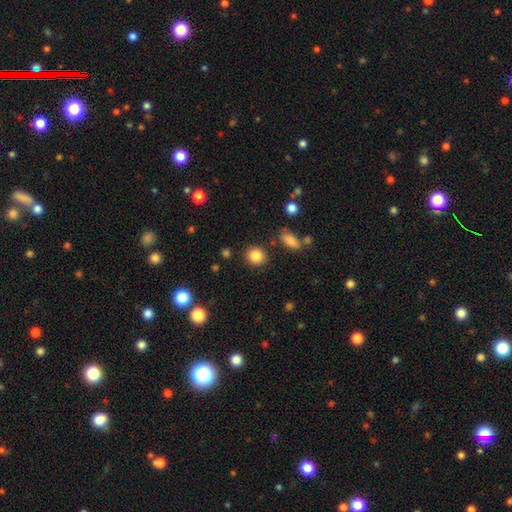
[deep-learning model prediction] Q: Smooth or featured?
A: smooth (85%); runner-up: star or artifact (10%)
Q: How rounded?
A: round (84%); runner-up: in between (15%)
Q: Merging?
A: none (86%); runner-up: minor disturbance (8%)